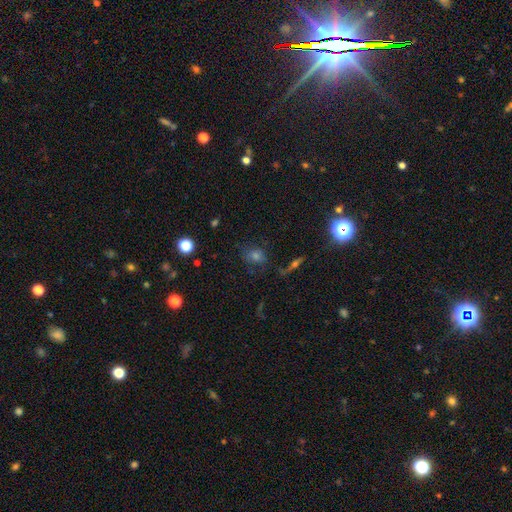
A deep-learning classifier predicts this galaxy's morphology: Smooth or featured? smooth (50%)
How rounded? round (62%)
Merging? none (73%)